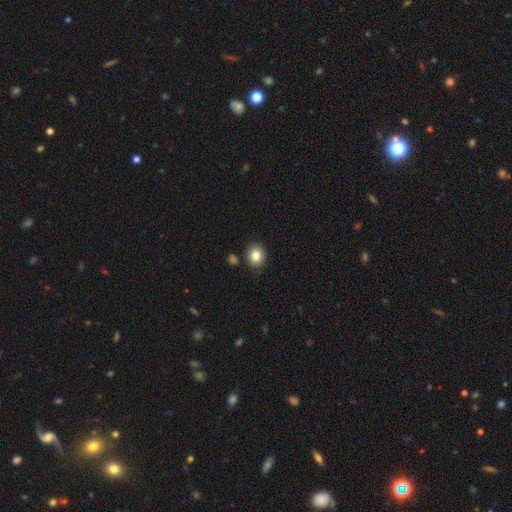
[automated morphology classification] smooth 83%, star or artifact 9%, featured or disk 8%. Down the decision tree: how rounded — round (59%); merging — none (83%).